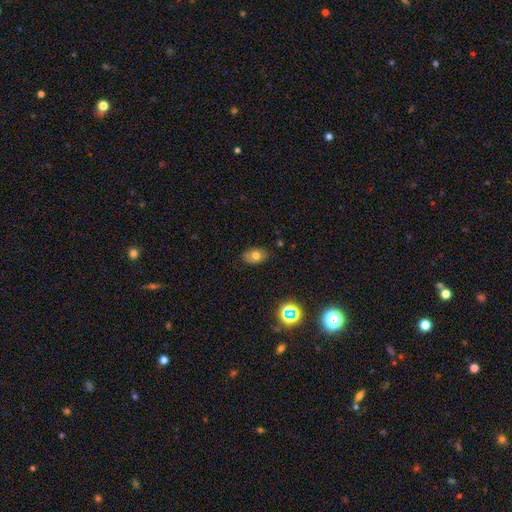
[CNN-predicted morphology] Smooth or featured? Predicted: smooth (p=0.70). How rounded? Predicted: in between (p=0.84). Merging? Predicted: none (p=0.83).